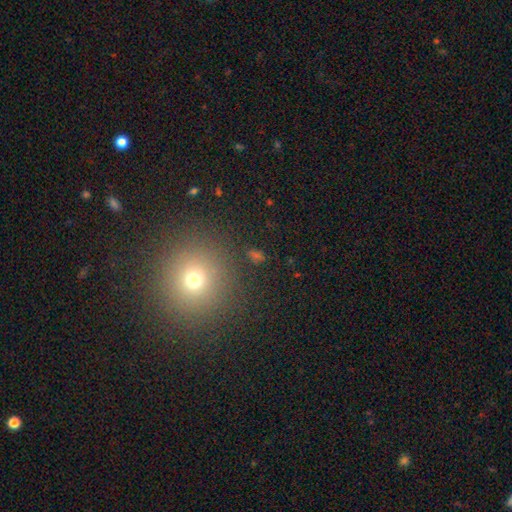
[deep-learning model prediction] smooth 60%, star or artifact 30%, featured or disk 9%. Down the decision tree: how rounded — round (85%); merging — none (86%).